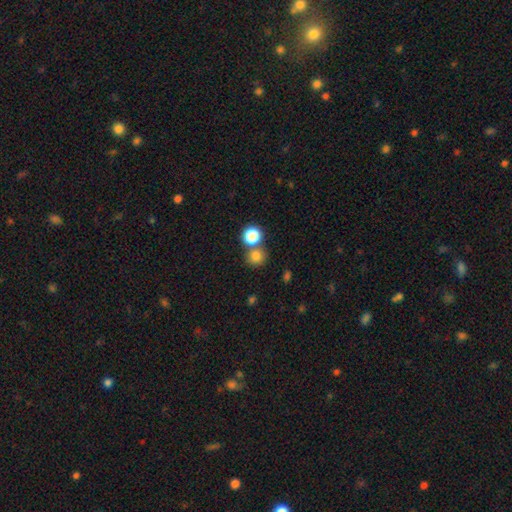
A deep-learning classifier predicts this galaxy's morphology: smooth 80%, star or artifact 14%, featured or disk 6%. Down the decision tree: how rounded — round (88%); merging — none (61%).